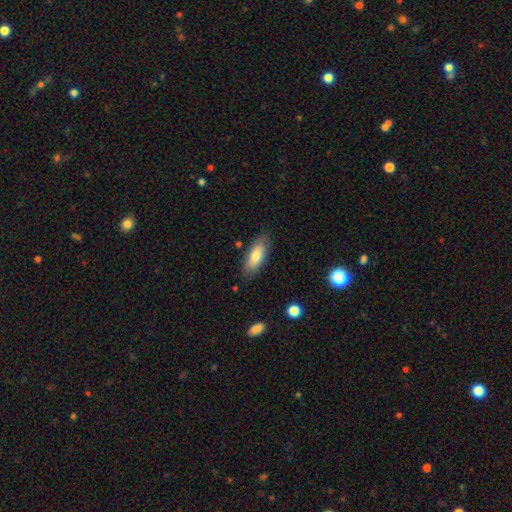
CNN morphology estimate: smooth 74%, featured or disk 20%, star or artifact 6%. Down the decision tree: how rounded — in between (75%); merging — none (82%).